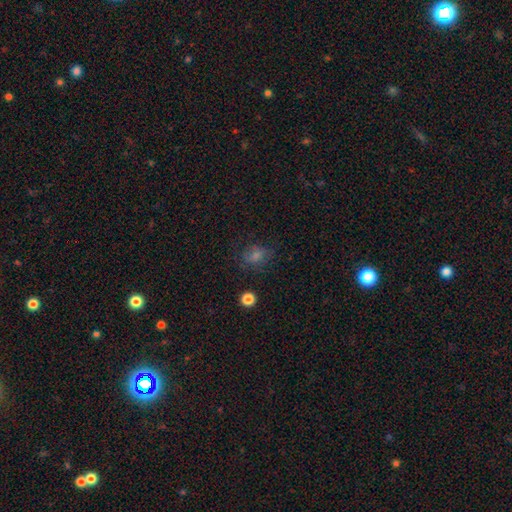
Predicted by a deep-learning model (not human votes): smooth_or_featured: smooth (p=0.61) [alt: star or artifact p=0.25]
how_rounded: round (p=0.53) [alt: in between p=0.45]
merging: none (p=0.76) [alt: minor disturbance p=0.16]